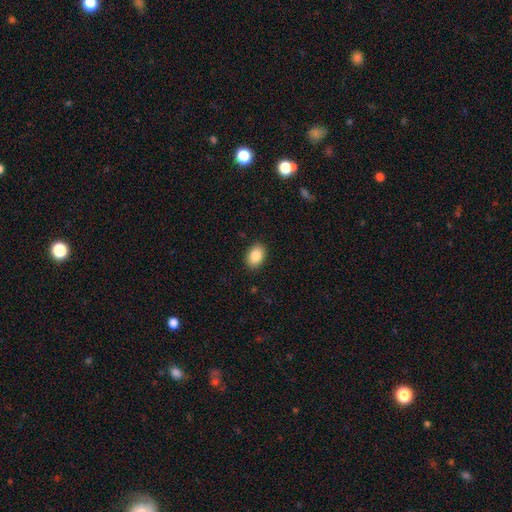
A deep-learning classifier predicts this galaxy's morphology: smooth 86%, star or artifact 8%, featured or disk 7%. Down the decision tree: how rounded — in between (80%); merging — none (90%).